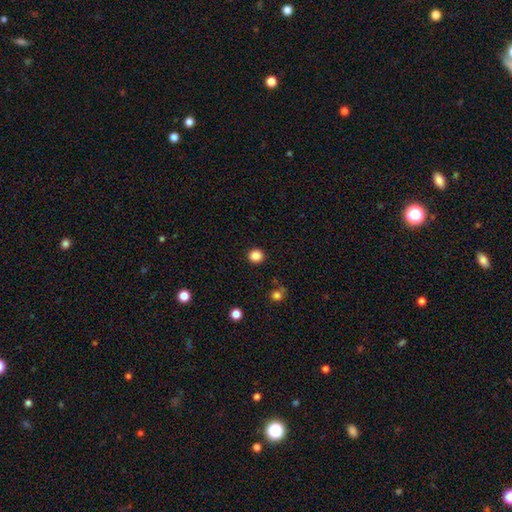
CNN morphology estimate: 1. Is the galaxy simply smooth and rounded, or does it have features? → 86% smooth, 11% star or artifact, 3% featured or disk.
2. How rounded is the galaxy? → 92% round, 7% in between, 1% cigar-shaped.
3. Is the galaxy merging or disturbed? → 91% none, 5% minor disturbance, 2% major disturbance, 2% merger.